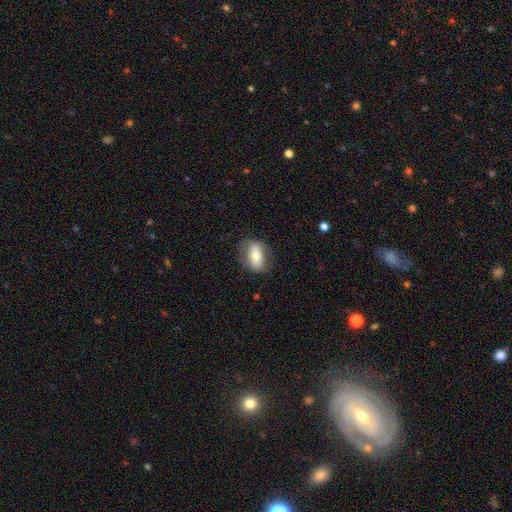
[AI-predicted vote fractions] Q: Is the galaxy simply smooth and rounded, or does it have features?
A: smooth — 62%.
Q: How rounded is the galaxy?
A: in between — 80%.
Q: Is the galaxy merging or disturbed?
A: none — 74%.